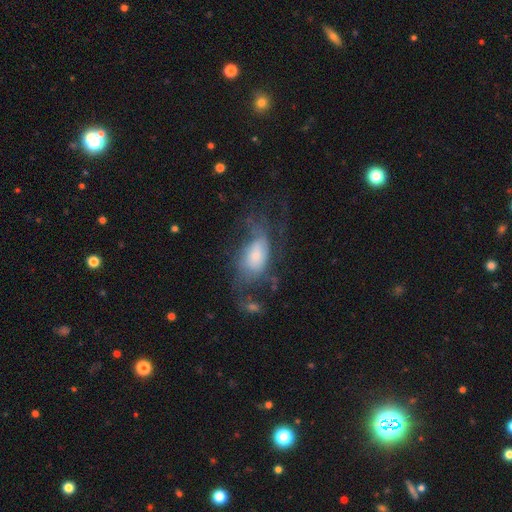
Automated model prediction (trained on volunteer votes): Morphology: type=featured or disk (52%); edge-on=no (93%); merging=major disturbance (40%).